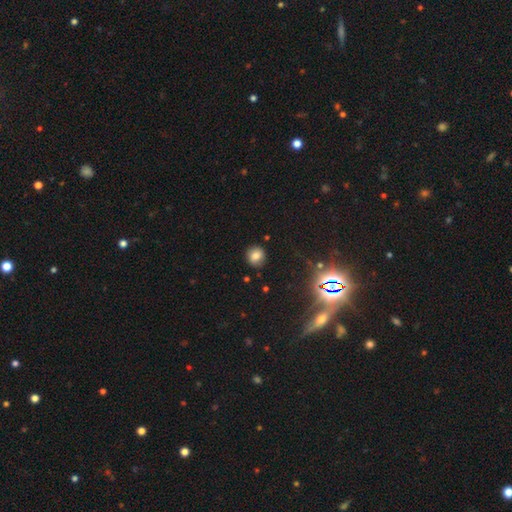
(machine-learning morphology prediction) Smooth or featured: smooth — 77% (star or artifact — 16%)
How rounded: round — 81% (in between — 18%)
Merging: none — 85% (minor disturbance — 11%)